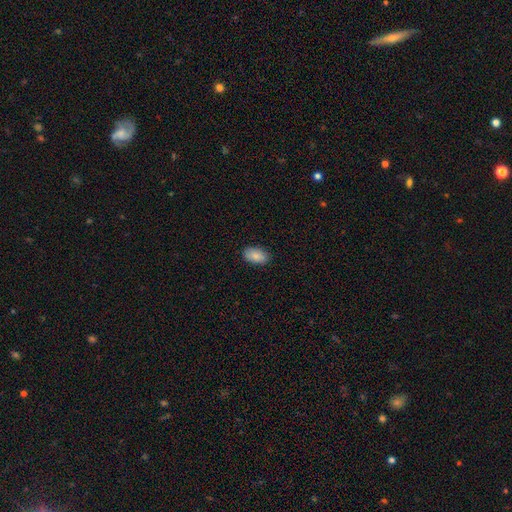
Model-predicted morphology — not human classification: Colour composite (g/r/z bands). It shows a smooth galaxy with no disk features (87%) that is in between round and cigar-shaped (93%). Merging: none (87%).